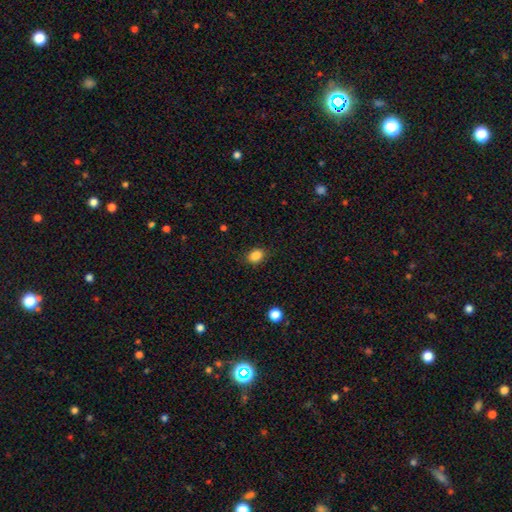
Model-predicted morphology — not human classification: A smooth galaxy with no disk features (85%) that is in between round and cigar-shaped (53%). Merging: none (85%).